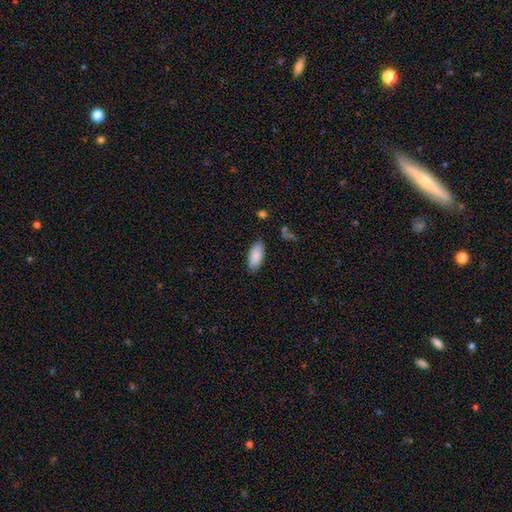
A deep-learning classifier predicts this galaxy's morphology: type=smooth (89%); roundness=in between (88%); merging=none (86%).